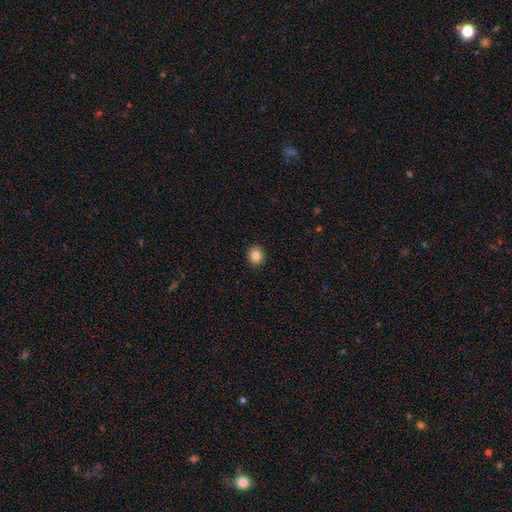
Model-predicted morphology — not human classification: This appears to be a smooth galaxy with no disk features (83%) that is round (86%). Merging: none (92%).